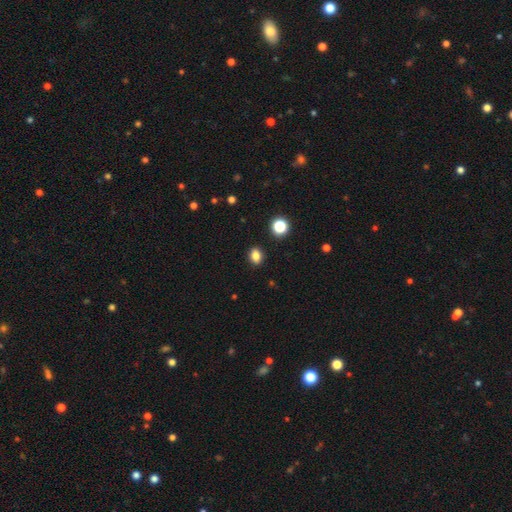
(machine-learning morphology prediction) This appears to be a smooth galaxy with no disk features (82%) that is in between round and cigar-shaped (59%). Merging: none (89%).